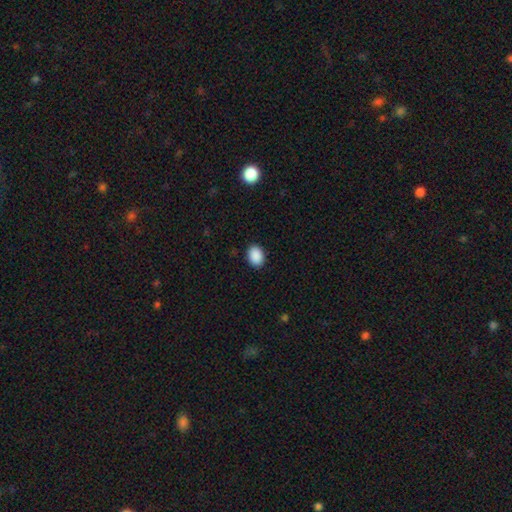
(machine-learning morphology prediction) A smooth galaxy with no disk features (90%) that is in between round and cigar-shaped (70%).

Vote fractions:
- Smooth or featured? smooth: 90% / star or artifact: 7% / featured or disk: 2%
- How rounded? in between: 70% / round: 29% / cigar-shaped: 1%
- Merging? none: 90% / minor disturbance: 7% / major disturbance: 2% / merger: 1%